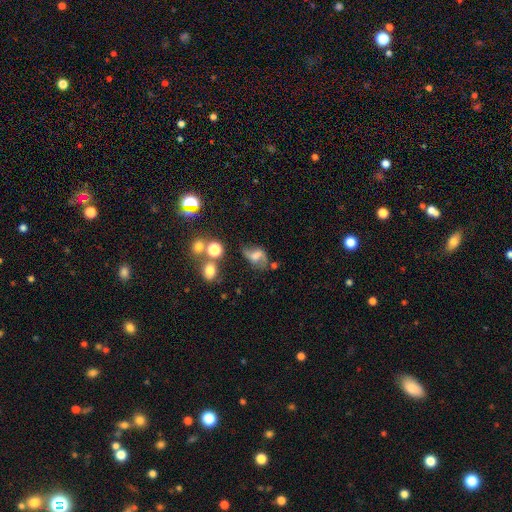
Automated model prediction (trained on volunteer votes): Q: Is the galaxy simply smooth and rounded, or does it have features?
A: featured or disk — 61%.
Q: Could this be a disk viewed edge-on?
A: no — 96%.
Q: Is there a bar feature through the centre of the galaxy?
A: weak — 45%.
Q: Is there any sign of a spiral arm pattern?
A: yes — 87%.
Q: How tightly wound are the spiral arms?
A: loose — 70%.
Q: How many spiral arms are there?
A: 2 — 87%.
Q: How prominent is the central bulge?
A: moderate — 32%.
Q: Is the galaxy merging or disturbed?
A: none — 50%.